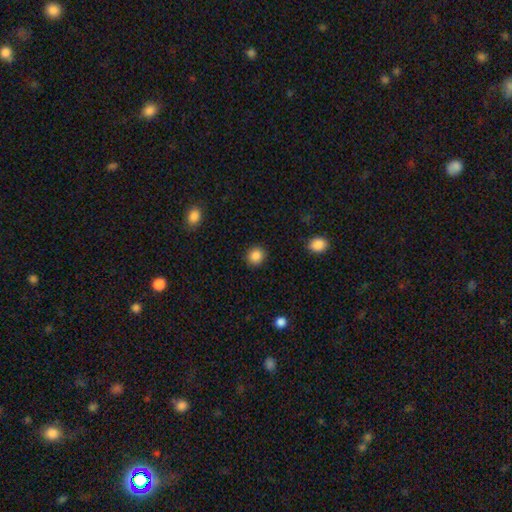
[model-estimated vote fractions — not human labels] Smooth or featured: smooth — 87% (star or artifact — 10%)
How rounded: round — 86% (in between — 13%)
Merging: none — 90% (minor disturbance — 7%)